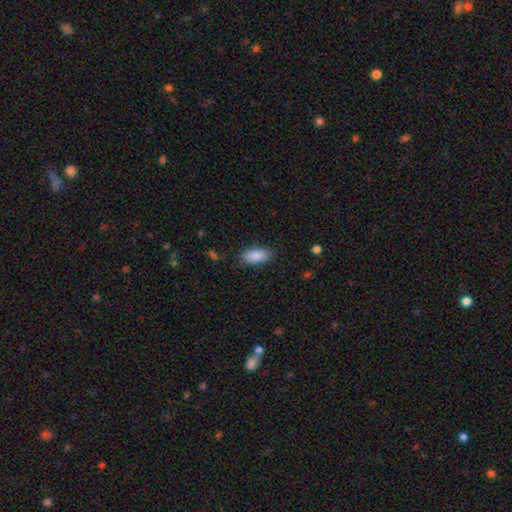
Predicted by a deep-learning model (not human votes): This is clearly a smooth galaxy (89%). How rounded: clearly in between (88%). Merging: clearly none (85%).